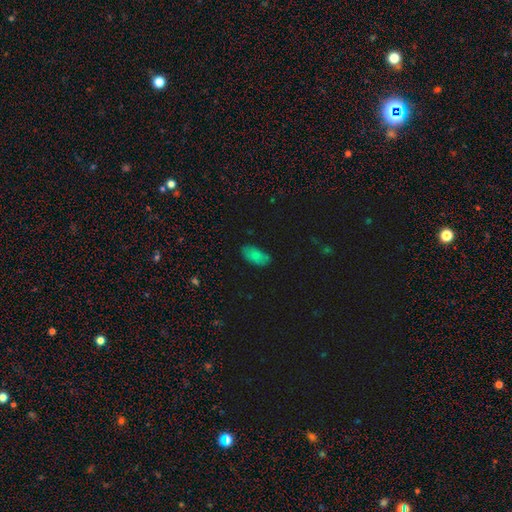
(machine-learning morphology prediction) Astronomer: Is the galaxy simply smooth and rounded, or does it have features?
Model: smooth — 80%.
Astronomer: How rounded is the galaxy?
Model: in between — 93%.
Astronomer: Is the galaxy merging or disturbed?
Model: none — 78%.